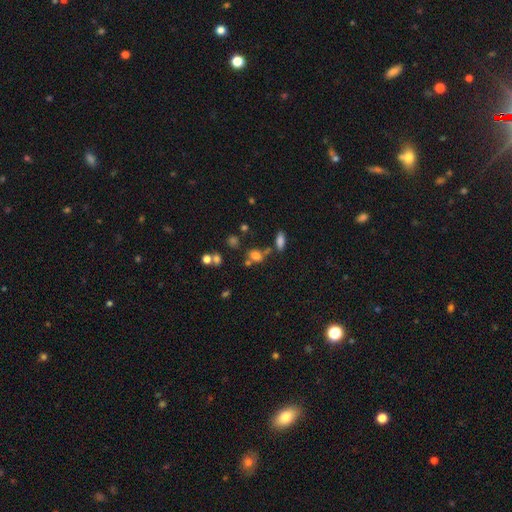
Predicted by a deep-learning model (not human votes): Smooth or featured: smooth — 73% (star or artifact — 17%)
How rounded: in between — 66% (round — 31%)
Merging: none — 55% (merger — 24%)